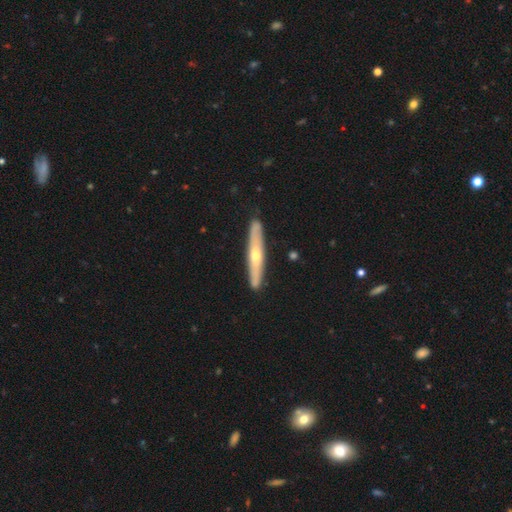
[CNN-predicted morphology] Smooth or featured? featured or disk (60%)
Edge-on disk? yes (87%)
Edge-on bulge? rounded (82%)
Merging? none (88%)